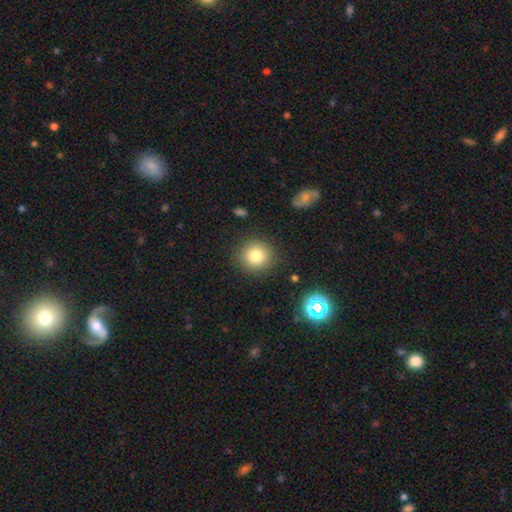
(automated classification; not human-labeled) A smooth galaxy with no disk features (81%) that is round (91%). Merging: none (88%).